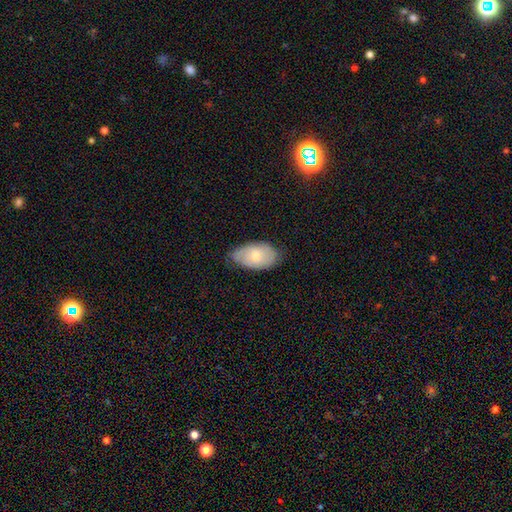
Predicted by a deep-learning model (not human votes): Smooth or featured? Predicted: smooth (p=0.61). How rounded? Predicted: in between (p=0.93). Merging? Predicted: none (p=0.64).